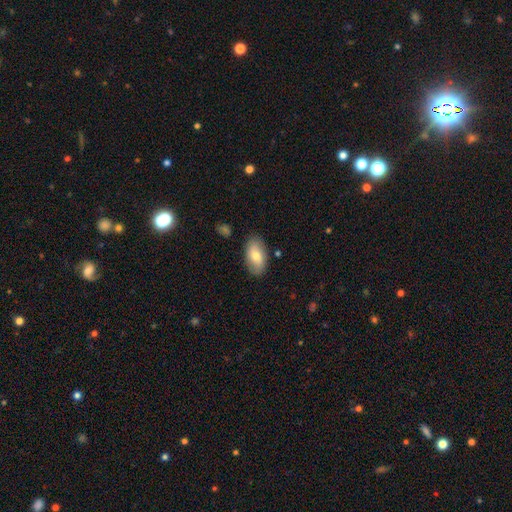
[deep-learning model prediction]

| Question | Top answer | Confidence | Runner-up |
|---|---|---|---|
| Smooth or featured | smooth | 72% | featured or disk (22%) |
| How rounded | in between | 94% | round (4%) |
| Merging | none | 83% | minor disturbance (12%) |